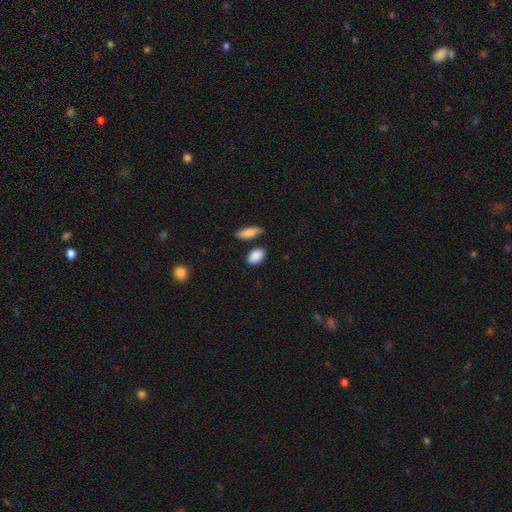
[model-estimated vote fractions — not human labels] Morphology: type=smooth (89%); roundness=in between (90%); merging=none (78%).